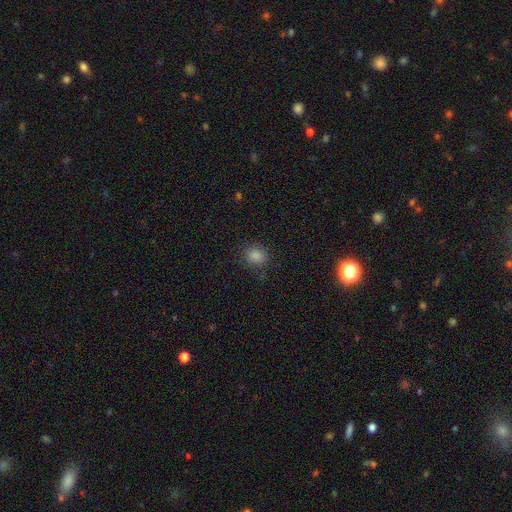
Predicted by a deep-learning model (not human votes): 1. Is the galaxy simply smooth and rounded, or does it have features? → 84% smooth, 12% star or artifact, 4% featured or disk.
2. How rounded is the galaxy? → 72% round, 27% in between, 1% cigar-shaped.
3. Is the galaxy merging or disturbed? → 83% none, 12% minor disturbance, 4% major disturbance, 1% merger.